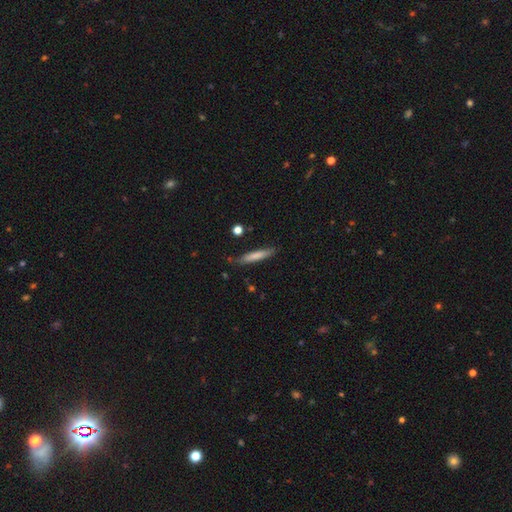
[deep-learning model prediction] smooth_or_featured: smooth (p=0.74) [alt: featured or disk p=0.20]
how_rounded: cigar-shaped (p=0.92) [alt: in between p=0.07]
merging: none (p=0.83) [alt: minor disturbance p=0.13]